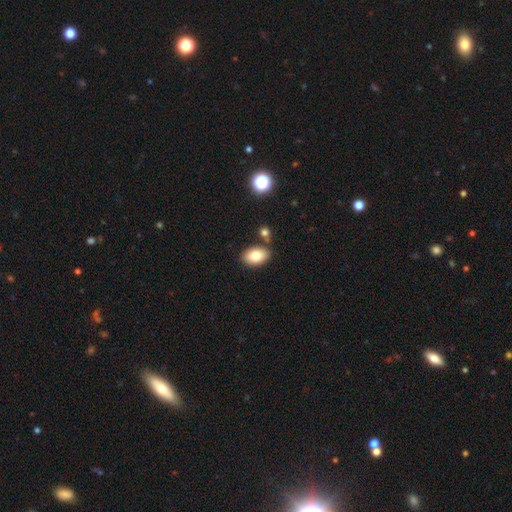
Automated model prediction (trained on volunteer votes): Smooth or featured? Predicted: smooth (p=0.80). How rounded? Predicted: in between (p=0.88). Merging? Predicted: none (p=0.77).